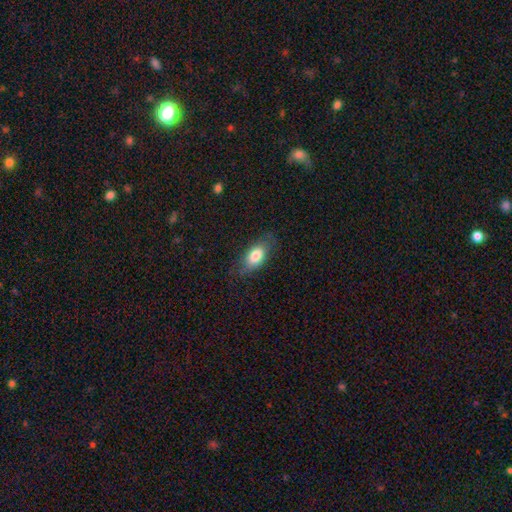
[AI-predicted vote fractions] Morphology: type=smooth (78%); roundness=in between (87%); merging=none (75%).